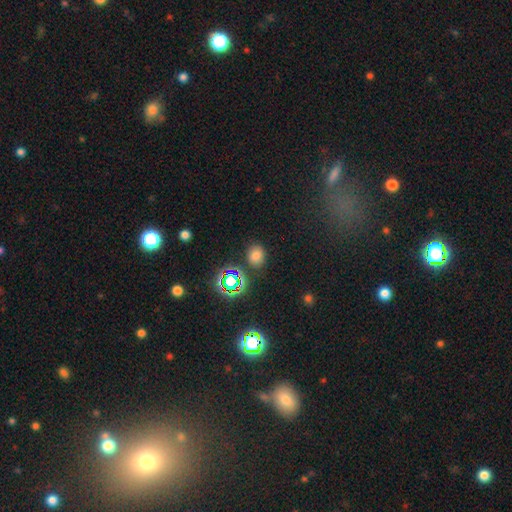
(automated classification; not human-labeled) The model was most divided on "how rounded": round: 52%, in between: 47%, cigar-shaped: 1%. More confident: merging — none (81%); smooth or featured — smooth (68%).